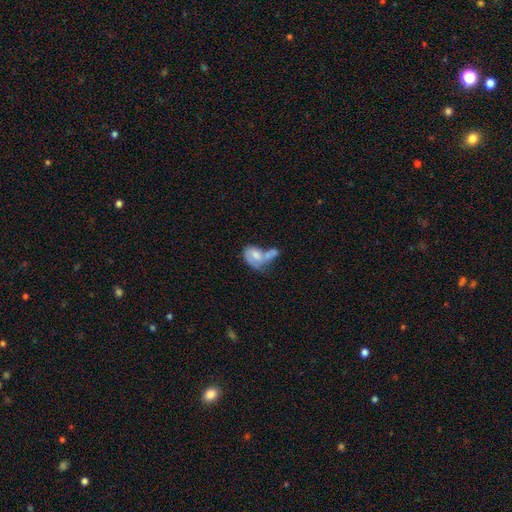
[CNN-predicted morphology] A smooth galaxy with no disk features (51%) that is in between round and cigar-shaped (81%).

Vote fractions:
- Smooth or featured? smooth: 51% / featured or disk: 41% / star or artifact: 7%
- How rounded? in between: 81% / round: 16% / cigar-shaped: 2%
- Merging? merger: 62% / none: 14% / major disturbance: 13% / minor disturbance: 11%